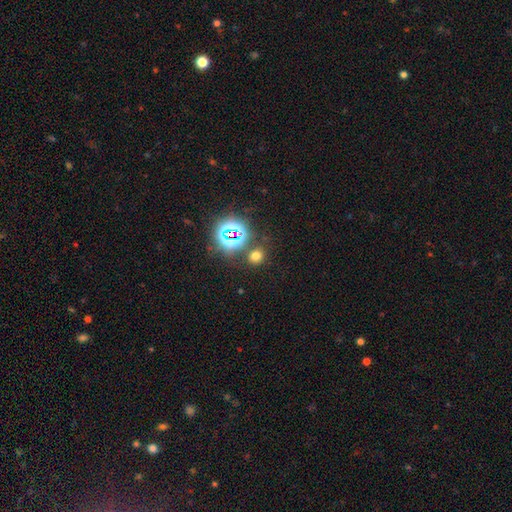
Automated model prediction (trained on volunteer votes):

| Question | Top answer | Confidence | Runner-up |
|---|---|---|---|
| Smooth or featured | smooth | 61% | star or artifact (33%) |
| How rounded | round | 75% | in between (23%) |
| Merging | none | 81% | minor disturbance (9%) |